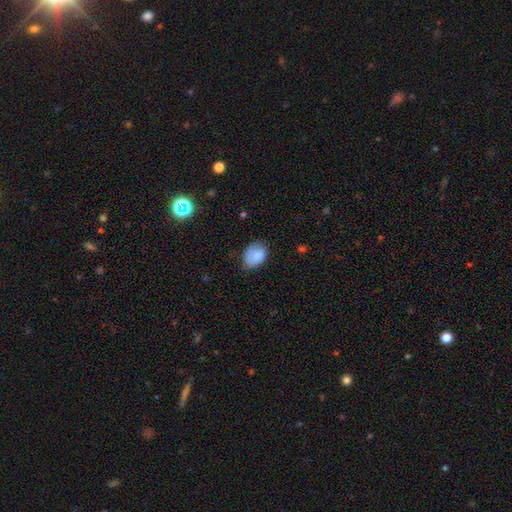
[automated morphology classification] smooth-or-featured: smooth: 81% | featured or disk: 11% | star or artifact: 8%
  how-rounded: in between: 73% | round: 26% | cigar-shaped: 1%
  merging: none: 60% | minor disturbance: 30% | major disturbance: 8% | merger: 2%